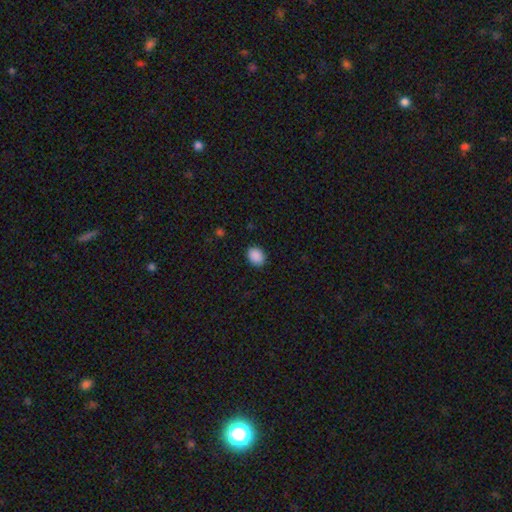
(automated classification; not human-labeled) smooth_or_featured: smooth (p=0.90) [alt: star or artifact p=0.08]
how_rounded: in between (p=0.61) [alt: round p=0.39]
merging: none (p=0.88) [alt: minor disturbance p=0.08]